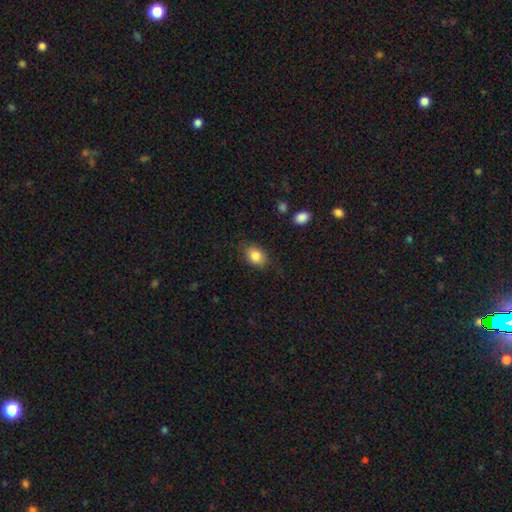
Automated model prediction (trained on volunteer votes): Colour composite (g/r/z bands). It shows a smooth galaxy with no disk features (84%) that is in between round and cigar-shaped (73%). Merging: none (80%).